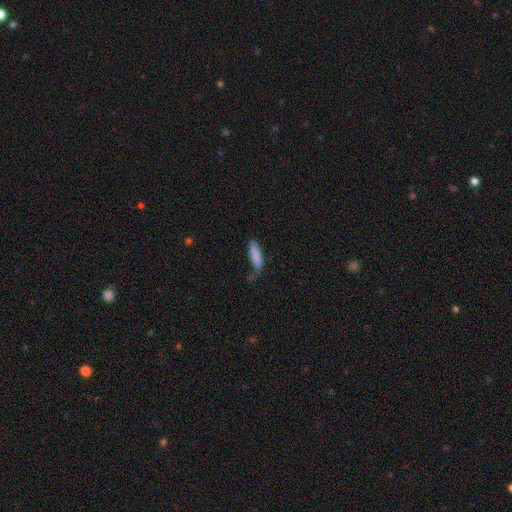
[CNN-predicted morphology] This appears to be a smooth galaxy with no disk features (84%) that is in between round and cigar-shaped (49%, tied with cigar-shaped). Merging: none (48%).